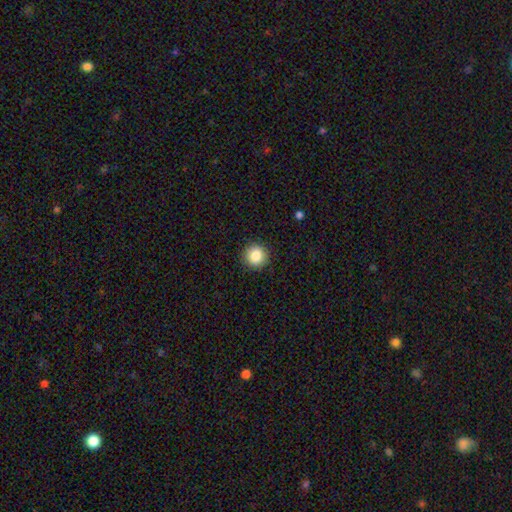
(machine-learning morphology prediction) A smooth galaxy with no disk features (85%) that is round (95%).

Vote fractions:
- Smooth or featured? smooth: 85% / star or artifact: 9% / featured or disk: 6%
- How rounded? round: 95% / in between: 4% / cigar-shaped: 1%
- Merging? none: 92% / minor disturbance: 5% / major disturbance: 2% / merger: 1%